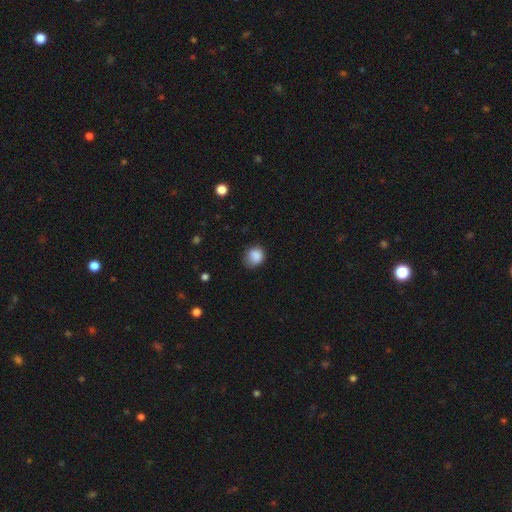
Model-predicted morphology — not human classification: Smooth or featured? smooth (86%)
How rounded? round (69%)
Merging? none (66%)